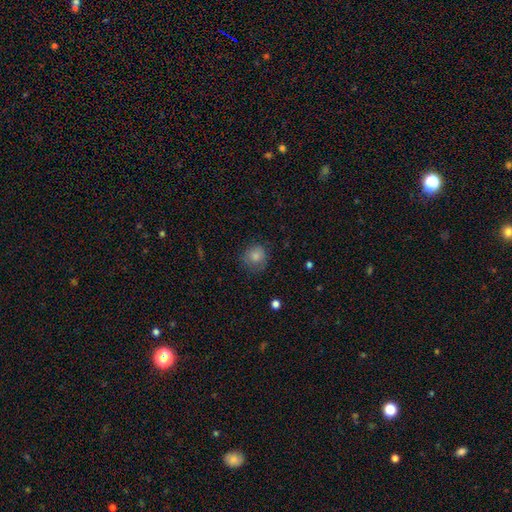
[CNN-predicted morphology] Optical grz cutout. It shows a smooth galaxy with no disk features (82%) that is round (84%). Merging: none (70%).